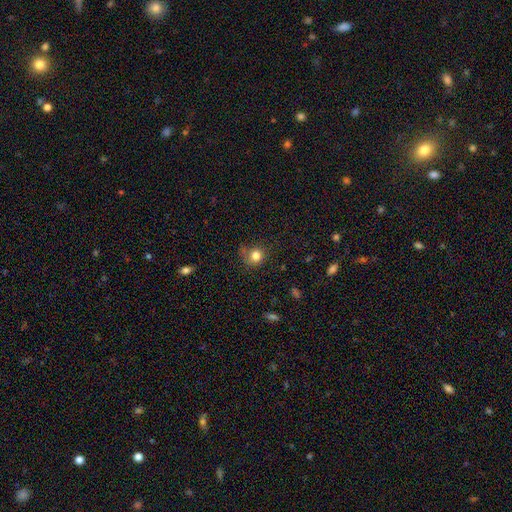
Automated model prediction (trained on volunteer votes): Smooth or featured: smooth — 81% (star or artifact — 12%)
How rounded: round — 83% (in between — 16%)
Merging: none — 63% (minor disturbance — 24%)